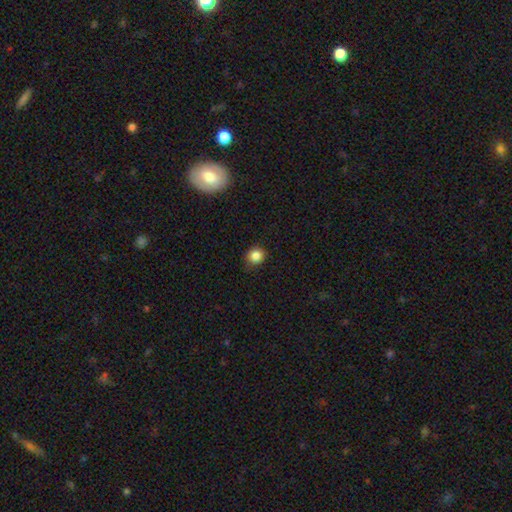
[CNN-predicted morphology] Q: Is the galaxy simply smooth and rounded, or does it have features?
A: smooth — 85%.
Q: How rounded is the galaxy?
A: round — 86%.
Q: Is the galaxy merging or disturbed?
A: none — 82%.